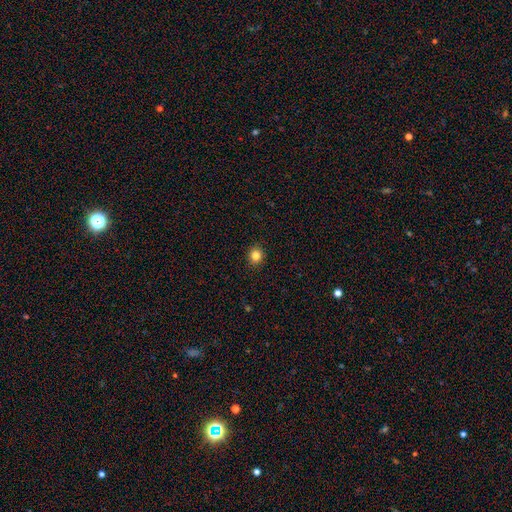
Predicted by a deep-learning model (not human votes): Smooth or featured: smooth — 83% (star or artifact — 12%)
How rounded: round — 84% (in between — 15%)
Merging: none — 92% (minor disturbance — 6%)